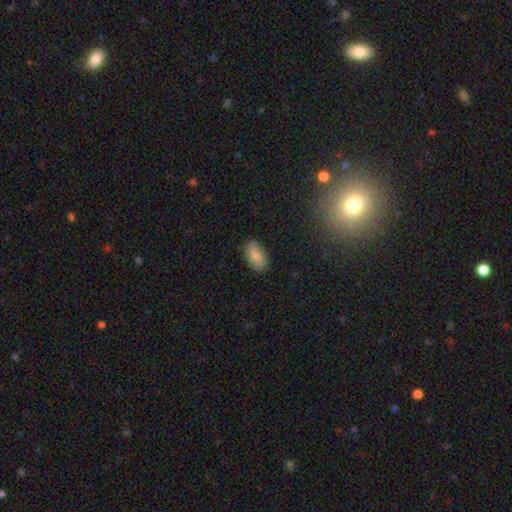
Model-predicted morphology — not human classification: Overall: smooth (82%). How rounded: in between (93%). Merging: none (84%).